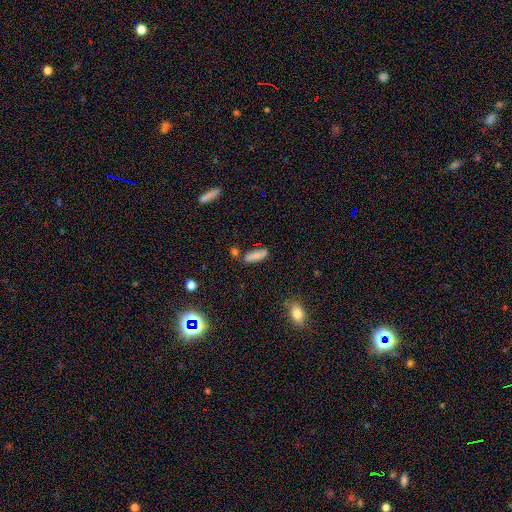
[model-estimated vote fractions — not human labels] A smooth galaxy with no disk features (82%) that is cigar-shaped (51%).

Vote fractions:
- Smooth or featured? smooth: 82% / featured or disk: 10% / star or artifact: 9%
- How rounded? cigar-shaped: 51% / in between: 47% / round: 3%
- Merging? none: 71% / minor disturbance: 16% / merger: 9% / major disturbance: 4%